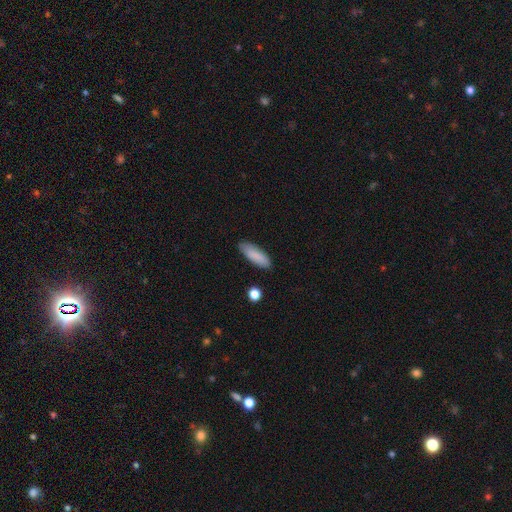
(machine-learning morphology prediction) Smooth or featured: smooth — 87% (featured or disk — 7%)
How rounded: in between — 56% (cigar-shaped — 43%)
Merging: none — 85% (minor disturbance — 11%)